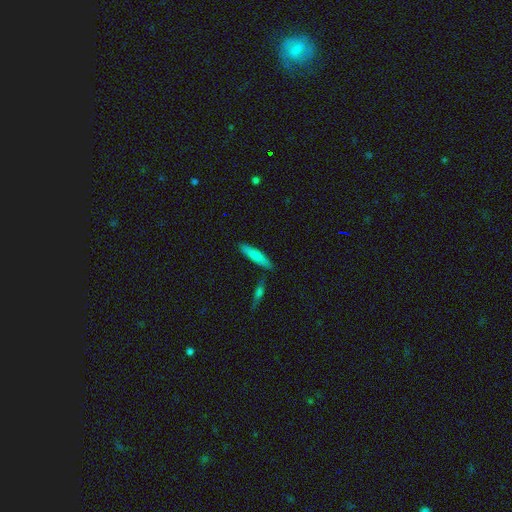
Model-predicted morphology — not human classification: This appears to be a smooth galaxy with no disk features (76%) that is cigar-shaped (79%). Merging: none (81%).